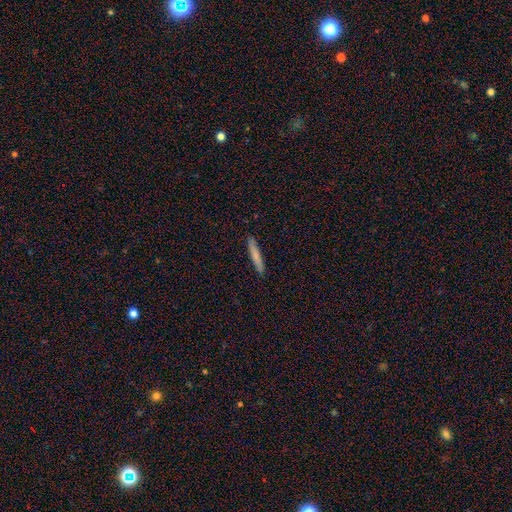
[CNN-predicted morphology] Smooth or featured? Predicted: smooth (p=0.76). How rounded? Predicted: cigar-shaped (p=0.94). Merging? Predicted: none (p=0.90).